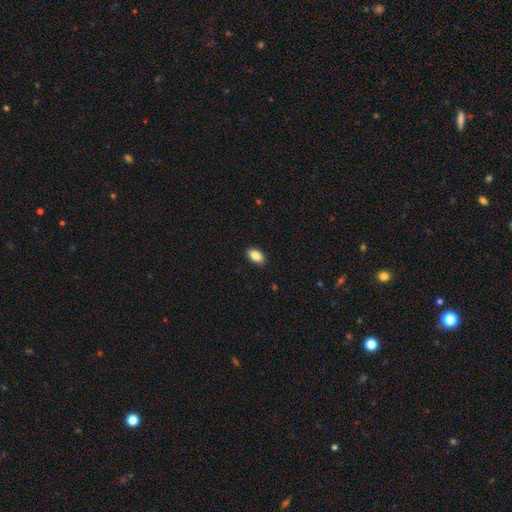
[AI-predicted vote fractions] Smooth or featured: smooth — 86% (star or artifact — 7%)
How rounded: in between — 92% (round — 6%)
Merging: none — 89% (minor disturbance — 8%)